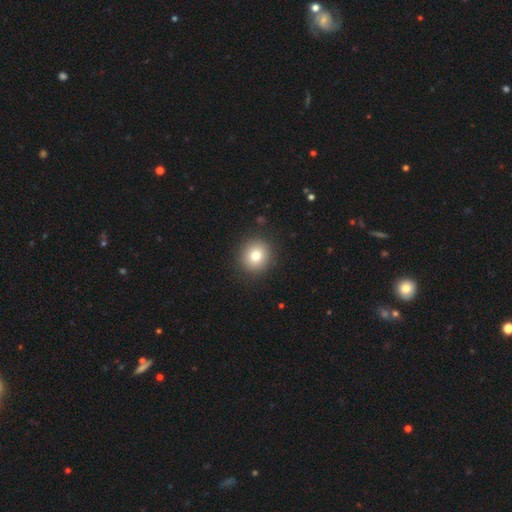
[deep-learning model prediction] A smooth galaxy with no disk features (79%) that is round (92%).

Vote fractions:
- Smooth or featured? smooth: 79% / star or artifact: 11% / featured or disk: 11%
- How rounded? round: 92% / in between: 7% / cigar-shaped: 1%
- Merging? none: 91% / minor disturbance: 6% / major disturbance: 2% / merger: 1%